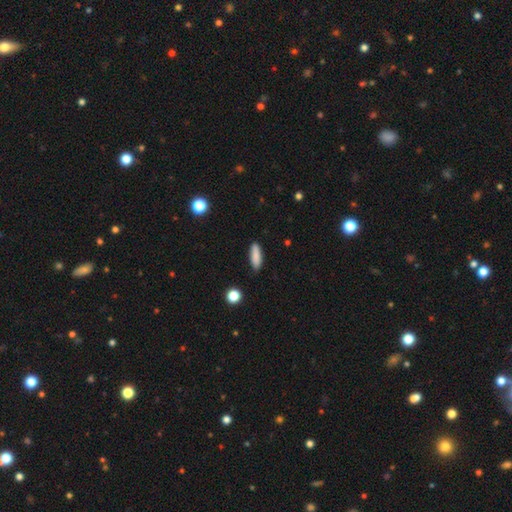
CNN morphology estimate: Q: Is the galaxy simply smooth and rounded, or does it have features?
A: smooth — 87%.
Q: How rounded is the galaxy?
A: cigar-shaped — 55%.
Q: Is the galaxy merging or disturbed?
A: none — 87%.